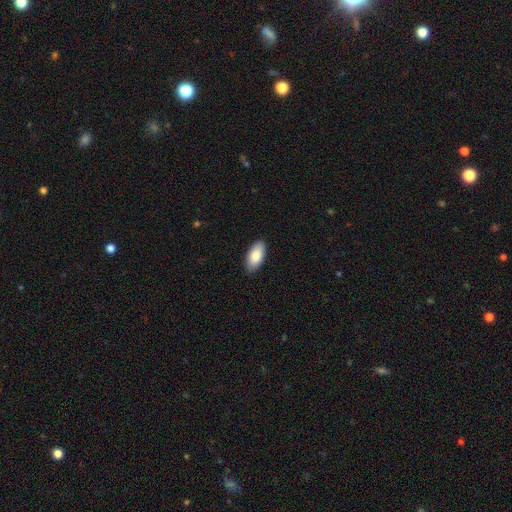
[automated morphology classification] smooth 84%, featured or disk 10%, star or artifact 6%. Down the decision tree: how rounded — in between (91%); merging — none (88%).